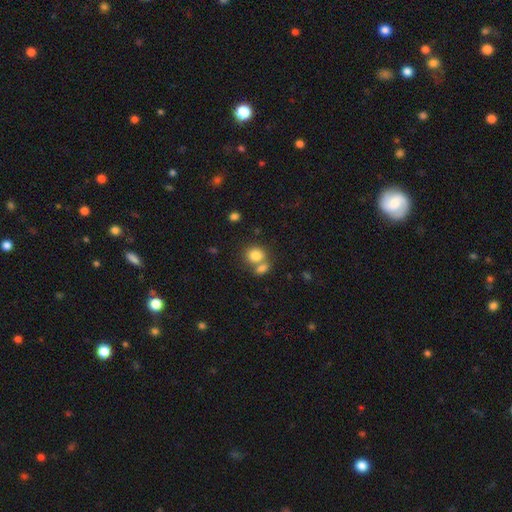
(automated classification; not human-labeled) The model was most divided on "merging": none: 46%, merger: 41%, minor disturbance: 9%, major disturbance: 4%. More confident: smooth or featured — smooth (82%); how rounded — round (68%).